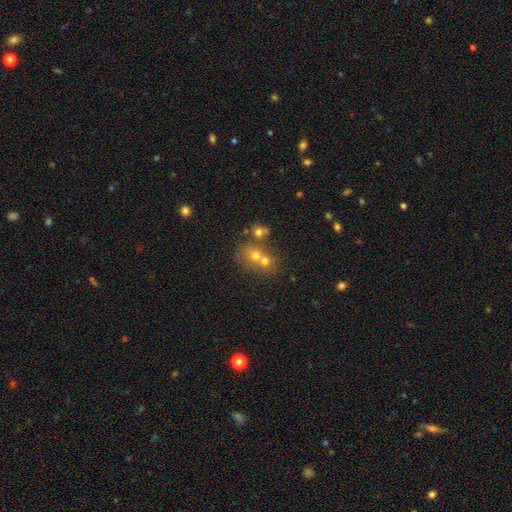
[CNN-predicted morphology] Overall: smooth (59%; featured or disk 21%). How rounded: round (72%). Merging: merger (58%; none 32%).